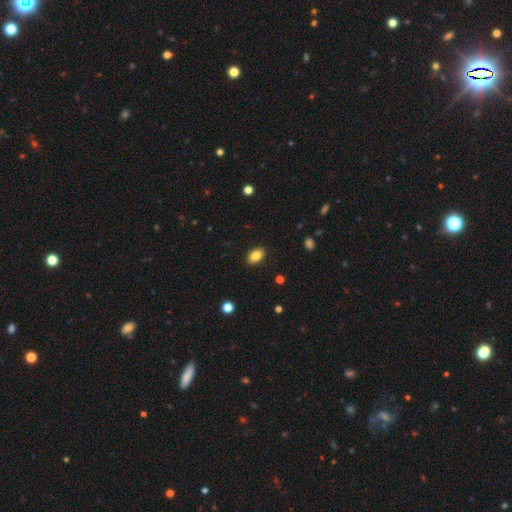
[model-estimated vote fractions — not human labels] smooth-or-featured: smooth: 86% | star or artifact: 9% | featured or disk: 6%
  how-rounded: in between: 88% | round: 10% | cigar-shaped: 2%
  merging: none: 88% | minor disturbance: 8% | major disturbance: 2% | merger: 1%